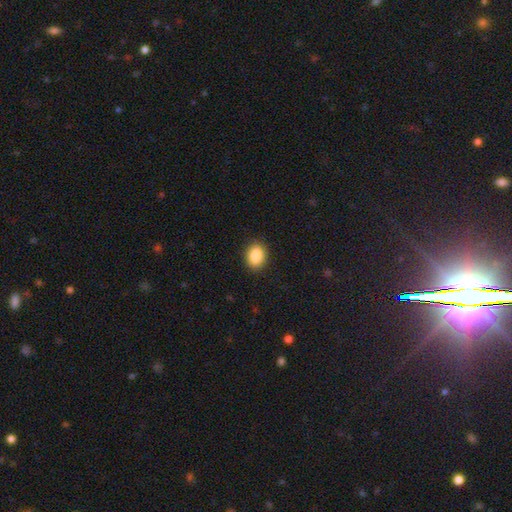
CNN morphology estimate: Q: Smooth or featured?
A: smooth (89%); runner-up: star or artifact (7%)
Q: How rounded?
A: in between (75%); runner-up: round (24%)
Q: Merging?
A: none (88%); runner-up: minor disturbance (9%)